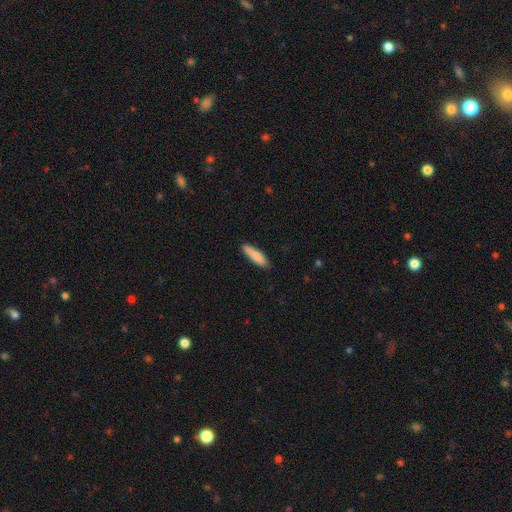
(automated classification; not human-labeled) Smooth or featured: smooth — 83% (featured or disk — 11%)
How rounded: cigar-shaped — 74% (in between — 25%)
Merging: none — 84% (minor disturbance — 12%)